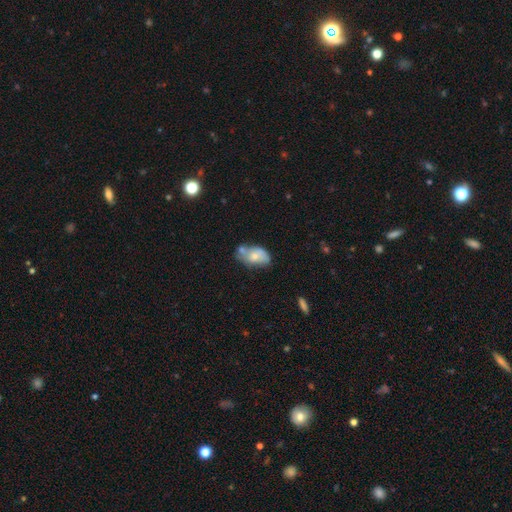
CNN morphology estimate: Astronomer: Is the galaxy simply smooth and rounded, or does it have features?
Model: smooth — 59% (runner-up: featured or disk, 34%).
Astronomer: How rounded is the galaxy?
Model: in between — 91%.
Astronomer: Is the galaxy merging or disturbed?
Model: none — 34% (runner-up: minor disturbance, 29%).